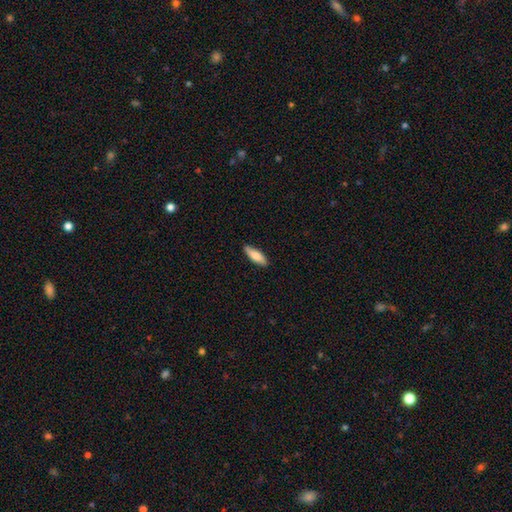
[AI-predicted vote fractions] The model was most divided on "how rounded": in between: 50%, cigar-shaped: 48%, round: 2%. More confident: merging — none (84%); smooth or featured — smooth (76%).